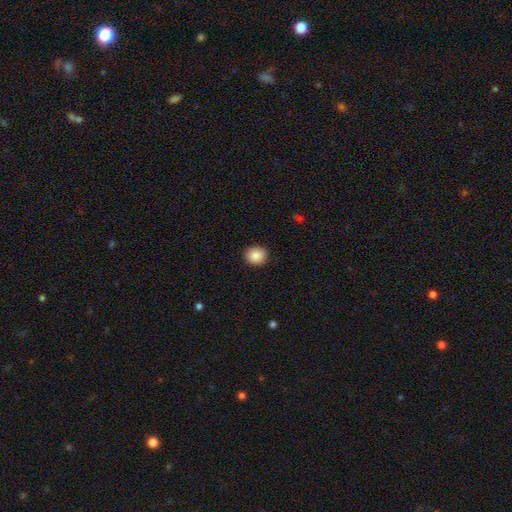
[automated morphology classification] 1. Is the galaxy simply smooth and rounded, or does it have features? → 87% smooth, 8% star or artifact, 4% featured or disk.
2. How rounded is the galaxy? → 81% round, 18% in between, 1% cigar-shaped.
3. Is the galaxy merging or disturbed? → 91% none, 6% minor disturbance, 2% major disturbance, 1% merger.